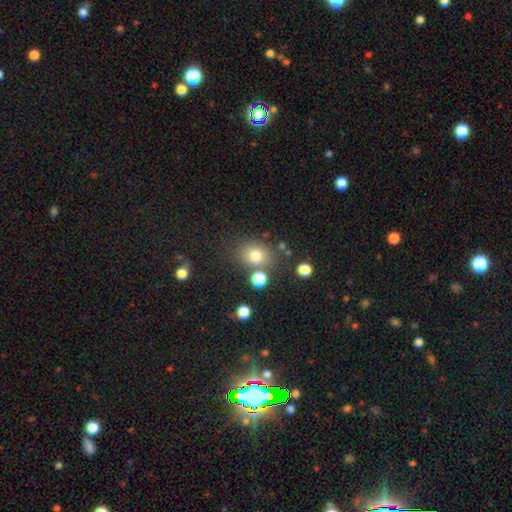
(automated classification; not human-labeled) smooth-or-featured: smooth: 77% | star or artifact: 14% | featured or disk: 9%
  how-rounded: round: 60% | in between: 39% | cigar-shaped: 1%
  merging: none: 73% | minor disturbance: 13% | merger: 10% | major disturbance: 5%